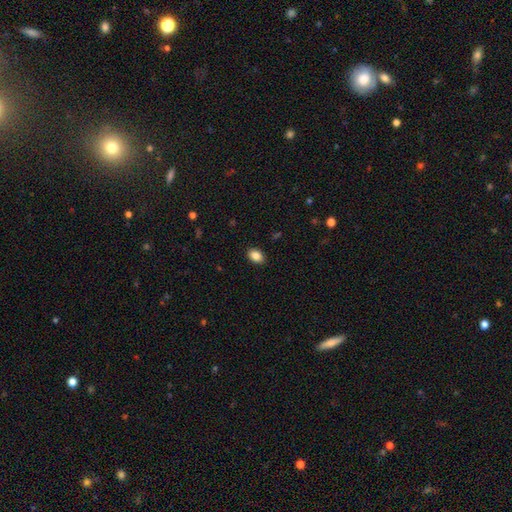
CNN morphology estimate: Q: Smooth or featured?
A: smooth (87%); runner-up: star or artifact (9%)
Q: How rounded?
A: in between (79%); runner-up: round (20%)
Q: Merging?
A: none (89%); runner-up: minor disturbance (8%)